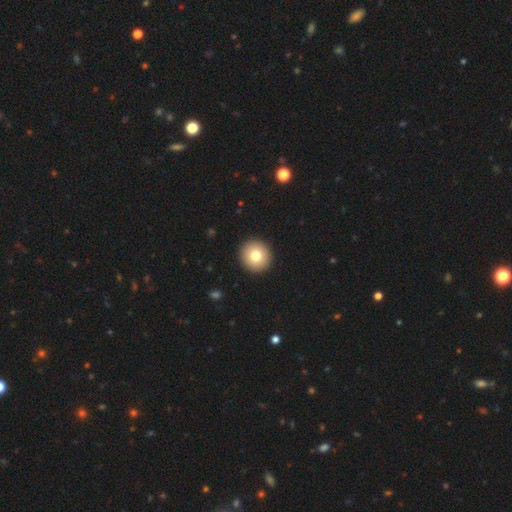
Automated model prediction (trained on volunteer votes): A smooth galaxy with no disk features (77%) that is round (95%).

Vote fractions:
- Smooth or featured? smooth: 77% / featured or disk: 14% / star or artifact: 10%
- How rounded? round: 95% / in between: 4% / cigar-shaped: 1%
- Merging? none: 94% / minor disturbance: 4% / major disturbance: 1% / merger: 1%